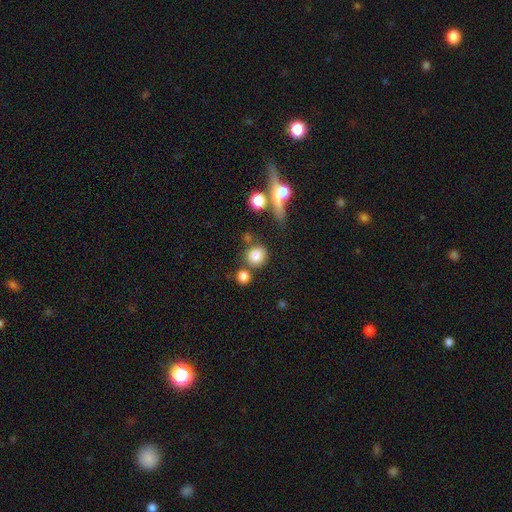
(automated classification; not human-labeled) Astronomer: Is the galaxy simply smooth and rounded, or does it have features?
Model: smooth — 82%.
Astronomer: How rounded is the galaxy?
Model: round — 84%.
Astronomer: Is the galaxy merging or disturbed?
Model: none — 67%.